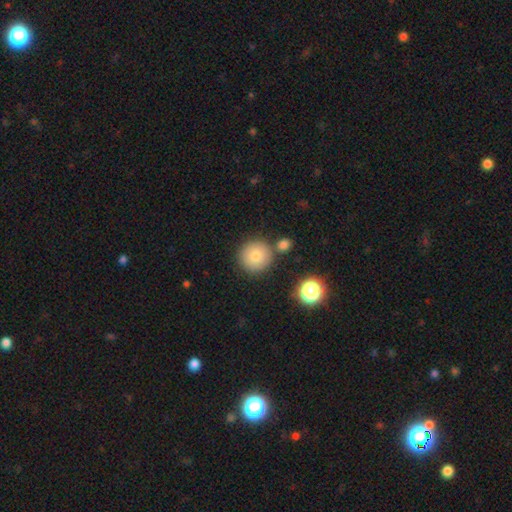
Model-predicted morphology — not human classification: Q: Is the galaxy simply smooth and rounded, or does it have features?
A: smooth — 81%.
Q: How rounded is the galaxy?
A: round — 95%.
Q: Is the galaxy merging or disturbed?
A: none — 79%.